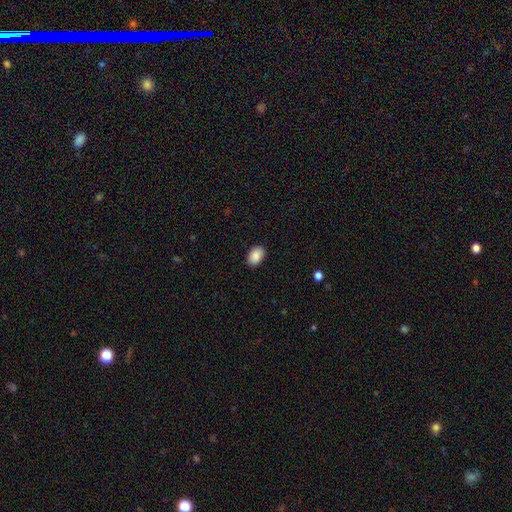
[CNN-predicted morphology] smooth 89%, star or artifact 7%, featured or disk 4%. Down the decision tree: how rounded — in between (79%); merging — none (87%).